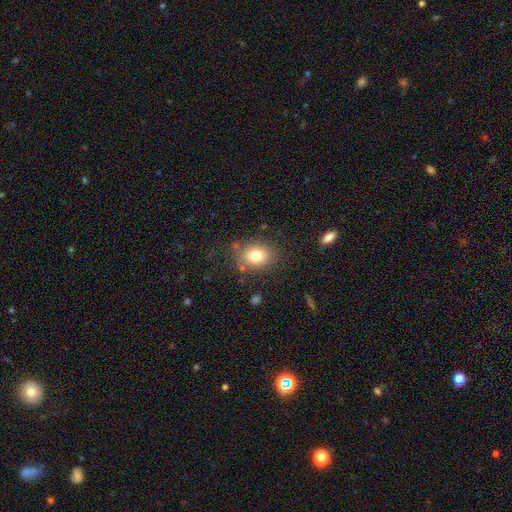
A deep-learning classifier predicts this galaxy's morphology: Smooth or featured?
  - smooth: 79% *
  - featured or disk: 11%
  - star or artifact: 10%
How rounded?
  - round: 52% *
  - in between: 47%
  - cigar-shaped: 1%
Merging?
  - none: 79% *
  - minor disturbance: 13%
  - major disturbance: 5%
  - merger: 3%